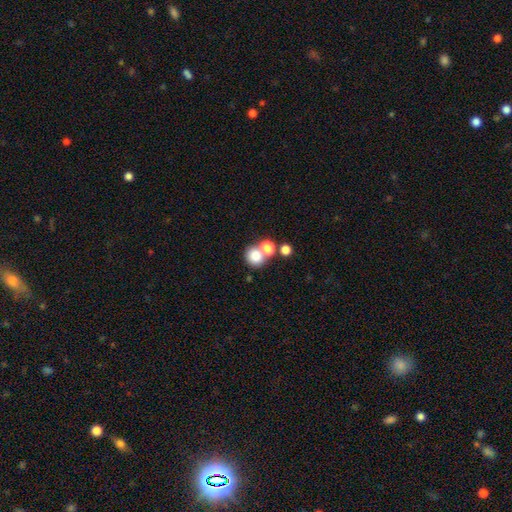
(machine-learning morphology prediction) The model was most divided on "merging": none: 45%, merger: 44%, minor disturbance: 7%, major disturbance: 4%. More confident: how rounded — round (79%); smooth or featured — smooth (78%).